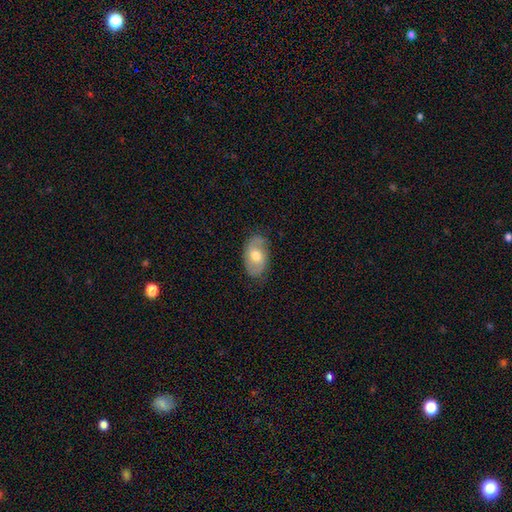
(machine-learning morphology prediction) This is possibly a featured or disk galaxy (47%). Merging: likely none (77%).